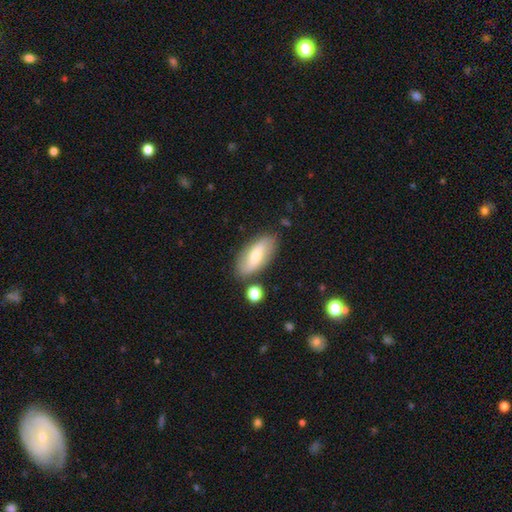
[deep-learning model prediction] smooth_or_featured: smooth (p=0.52) [alt: featured or disk p=0.41]
how_rounded: in between (p=0.83) [alt: cigar-shaped p=0.13]
merging: none (p=0.81) [alt: minor disturbance p=0.12]